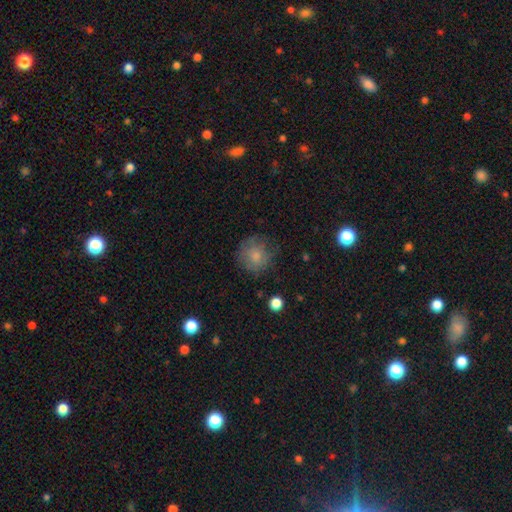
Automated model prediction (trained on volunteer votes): A smooth galaxy with no disk features (77%) that is round (90%).

Vote fractions:
- Smooth or featured? smooth: 77% / featured or disk: 14% / star or artifact: 10%
- How rounded? round: 90% / in between: 10% / cigar-shaped: 1%
- Merging? none: 70% / minor disturbance: 20% / major disturbance: 9% / merger: 2%